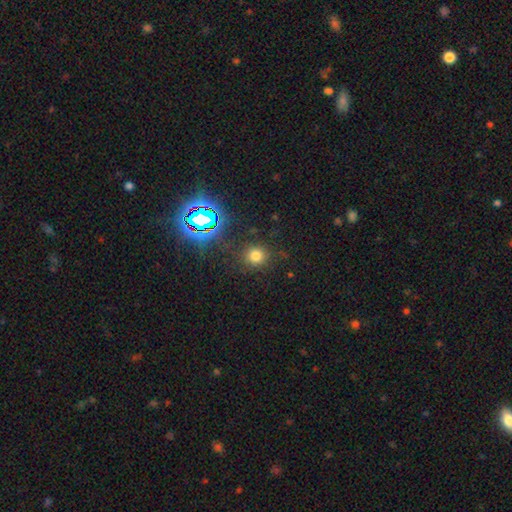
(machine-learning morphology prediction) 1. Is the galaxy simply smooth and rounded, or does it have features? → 70% smooth, 23% star or artifact, 7% featured or disk.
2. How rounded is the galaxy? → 89% round, 10% in between, 1% cigar-shaped.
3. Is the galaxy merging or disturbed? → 85% none, 9% minor disturbance, 4% major disturbance, 2% merger.